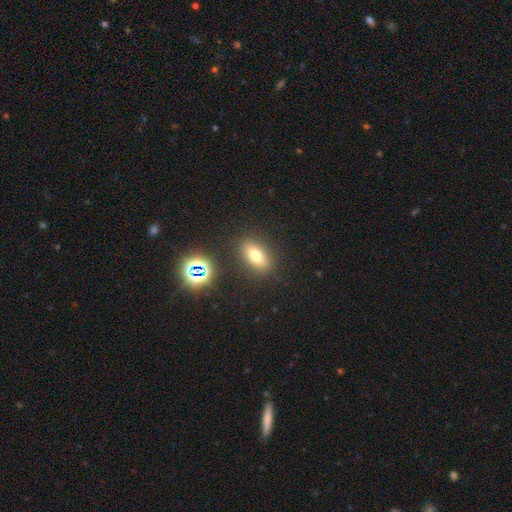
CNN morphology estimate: The model was most divided on "smooth or featured": smooth: 66%, featured or disk: 18%, star or artifact: 16%. More confident: merging — none (87%); how rounded — in between (75%).